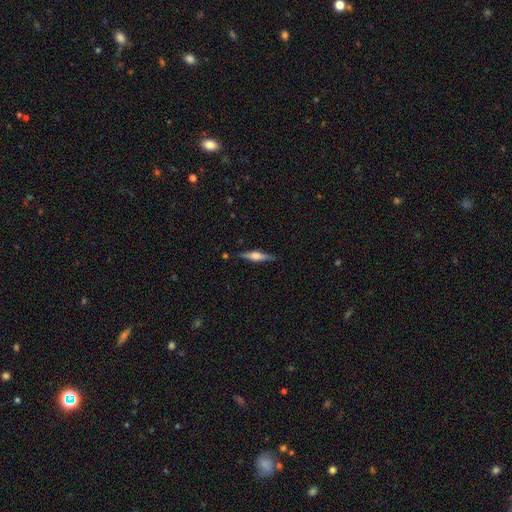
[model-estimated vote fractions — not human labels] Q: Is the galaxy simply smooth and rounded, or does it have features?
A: featured or disk — 65%.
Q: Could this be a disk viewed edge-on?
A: yes — 97%.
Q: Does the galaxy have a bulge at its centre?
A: rounded — 85%.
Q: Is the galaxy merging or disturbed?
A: none — 87%.